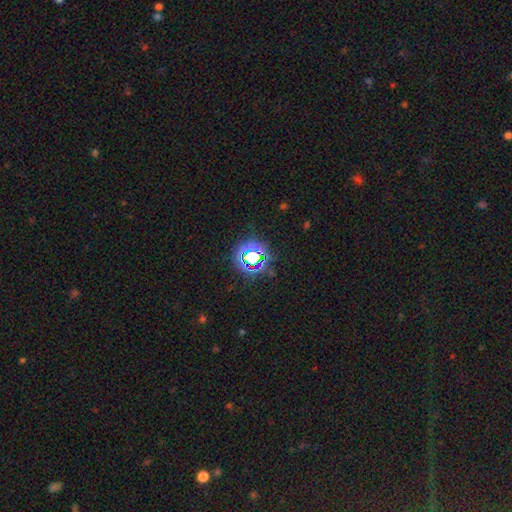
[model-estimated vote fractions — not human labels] smooth-or-featured: star or artifact: 68% | smooth: 22% | featured or disk: 10%